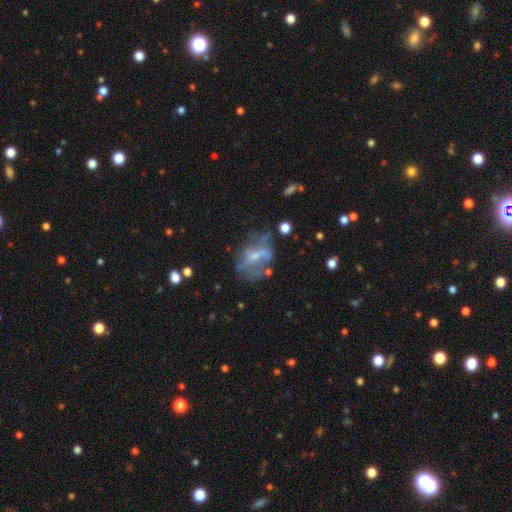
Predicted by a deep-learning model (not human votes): A featured or disk galaxy (53%) with no bar (50%), no spiral arms (73%) and a small central bulge (37%).

Vote fractions:
- Smooth or featured? featured or disk: 53% / smooth: 35% / star or artifact: 12%
- Edge-on disk? no: 95% / yes: 5%
- Bar? no: 50% / weak: 35% / strong: 14%
- Spiral arms? no: 73% / yes: 27%
- Bulge size? small: 37% / moderate: 31% / none: 27% / large: 4% / dominant: 1%
- Merging? none: 37% / major disturbance: 32% / minor disturbance: 23% / merger: 9%